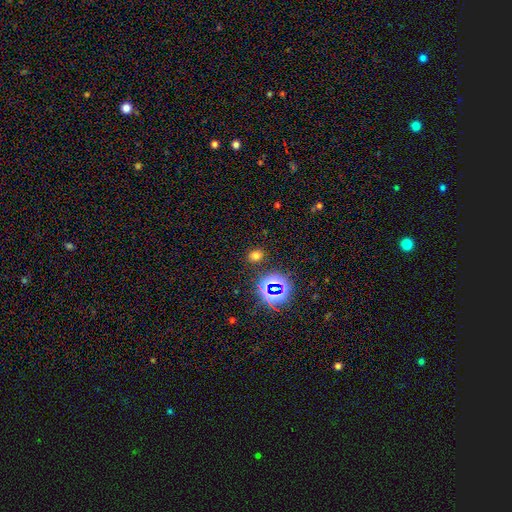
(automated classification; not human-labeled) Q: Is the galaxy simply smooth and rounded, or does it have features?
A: smooth — 65%.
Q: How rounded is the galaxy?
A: round — 58%.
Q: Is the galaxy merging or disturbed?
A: none — 86%.